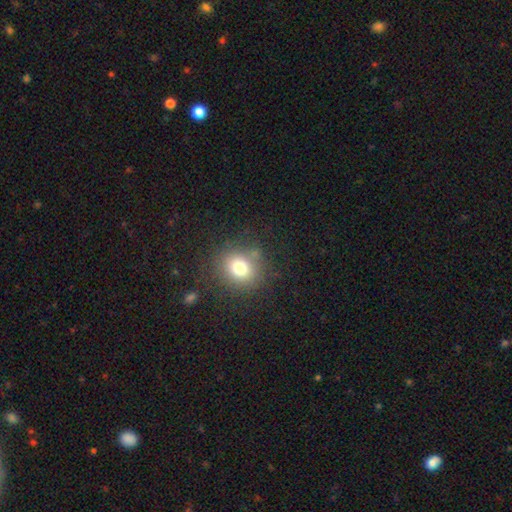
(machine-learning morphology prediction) The model was most divided on "how rounded": round: 76%, in between: 23%, cigar-shaped: 1%. More confident: merging — none (82%); smooth or featured — smooth (75%).